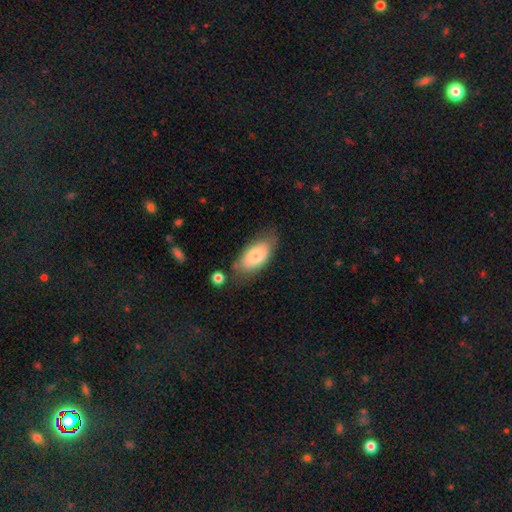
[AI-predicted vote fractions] Smooth or featured?
  - smooth: 70% *
  - featured or disk: 24%
  - star or artifact: 6%
How rounded?
  - in between: 92% *
  - cigar-shaped: 5%
  - round: 3%
Merging?
  - none: 66% *
  - minor disturbance: 23%
  - major disturbance: 7%
  - merger: 4%